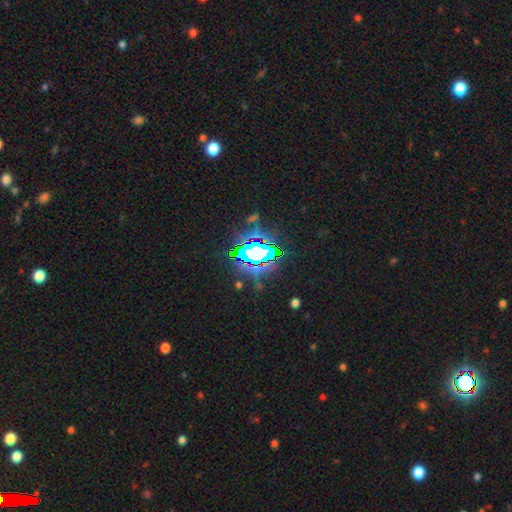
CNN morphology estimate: A star or artifact, not a galaxy (76%).

Vote fractions:
- Smooth or featured? star or artifact: 76% / smooth: 13% / featured or disk: 11%